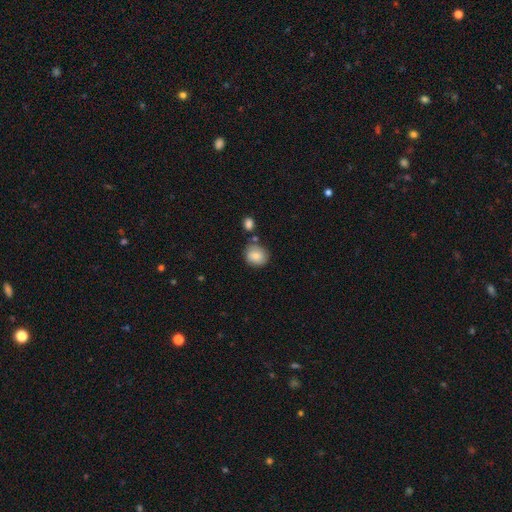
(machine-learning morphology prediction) smooth-or-featured: smooth: 75% | featured or disk: 17% | star or artifact: 8%
  how-rounded: round: 77% | in between: 22% | cigar-shaped: 1%
  merging: none: 68% | minor disturbance: 17% | merger: 11% | major disturbance: 4%